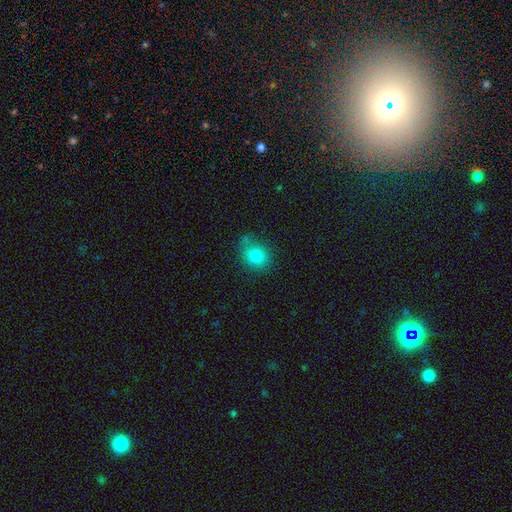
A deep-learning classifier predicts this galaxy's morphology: This appears to be a smooth galaxy with no disk features (84%) that is round (69%). Merging: none (65%).